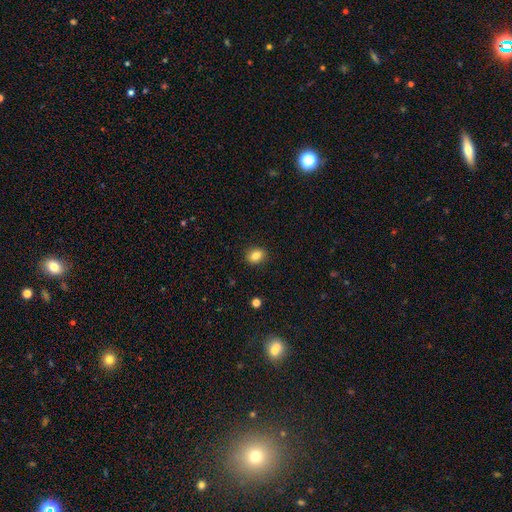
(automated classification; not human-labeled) Q: Smooth or featured?
A: smooth (83%); runner-up: star or artifact (10%)
Q: How rounded?
A: round (51%); runner-up: in between (48%)
Q: Merging?
A: none (90%); runner-up: minor disturbance (7%)